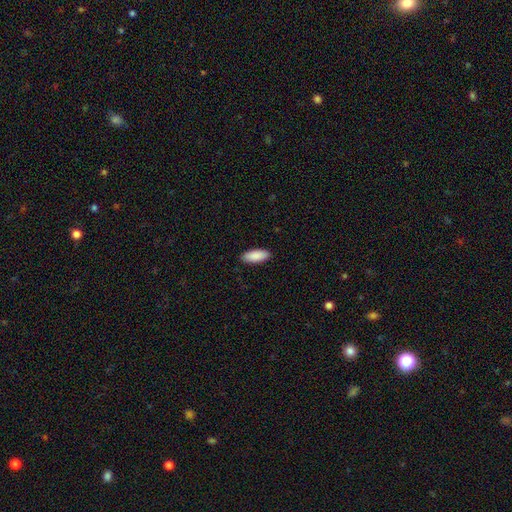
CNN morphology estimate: Overall: smooth (90%). How rounded: in between (80%). Merging: none (89%).